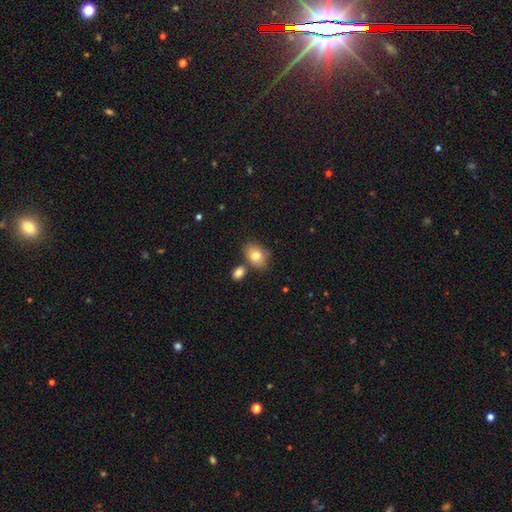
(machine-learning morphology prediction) type=smooth (78%); roundness=in between (73%); merging=none (67%).